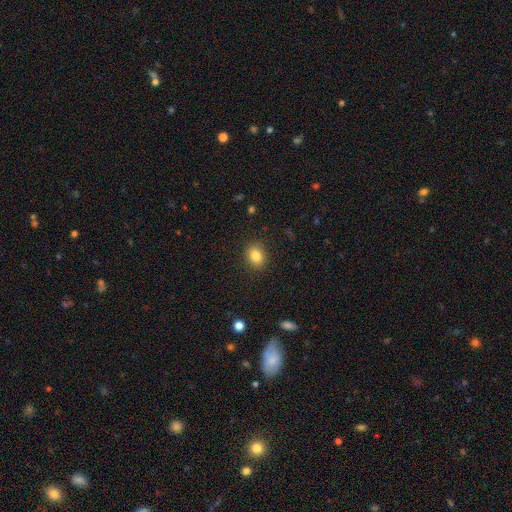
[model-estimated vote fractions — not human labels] Smooth or featured?
  - smooth: 84% *
  - star or artifact: 10%
  - featured or disk: 6%
How rounded?
  - in between: 56% *
  - round: 43%
  - cigar-shaped: 1%
Merging?
  - none: 87% *
  - minor disturbance: 9%
  - major disturbance: 3%
  - merger: 1%